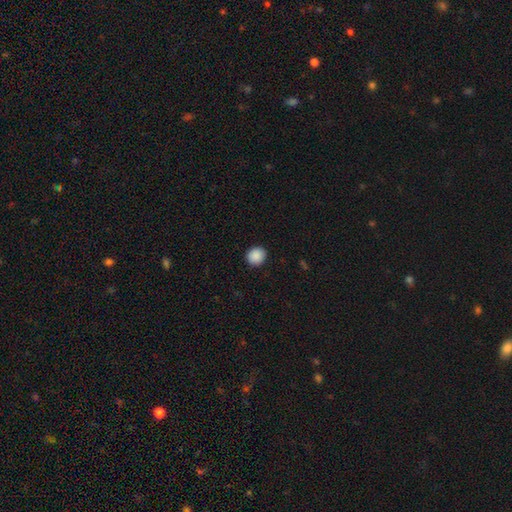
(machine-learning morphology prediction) Smooth or featured? Predicted: smooth (p=0.90). How rounded? Predicted: round (p=0.87). Merging? Predicted: none (p=0.92).